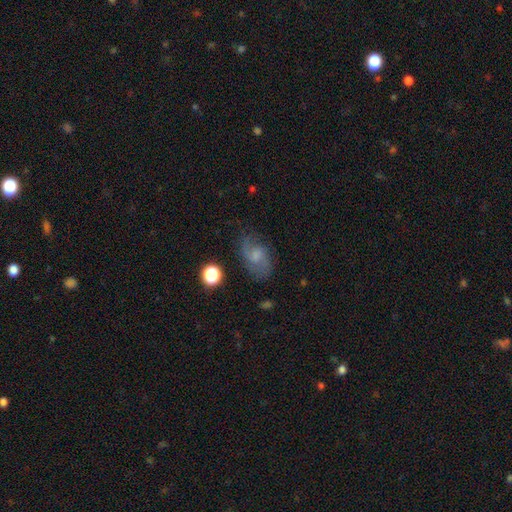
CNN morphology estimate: Smooth or featured?
  - featured or disk: 55% *
  - smooth: 33%
  - star or artifact: 12%
Edge-on disk?
  - no: 96% *
  - yes: 4%
Bar?
  - no: 54% *
  - weak: 40%
  - strong: 6%
Spiral arms?
  - yes: 87% *
  - no: 13%
Bulge size?
  - small: 33% *
  - none: 29%
  - moderate: 29%
  - large: 8%
  - dominant: 2%
Merging?
  - none: 68% *
  - minor disturbance: 20%
  - major disturbance: 10%
  - merger: 2%